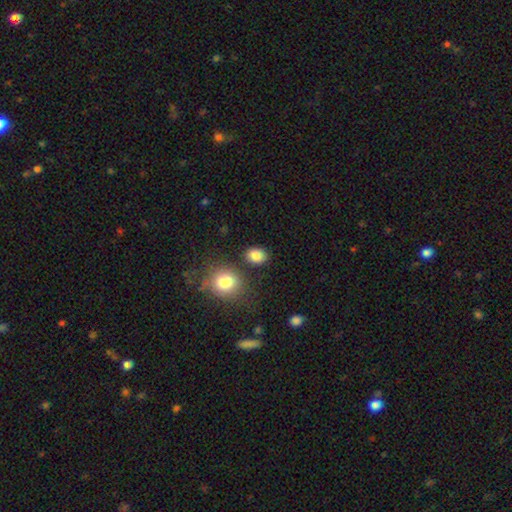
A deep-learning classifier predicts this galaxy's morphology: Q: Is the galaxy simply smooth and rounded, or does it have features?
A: smooth — 85%.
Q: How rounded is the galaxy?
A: in between — 56%.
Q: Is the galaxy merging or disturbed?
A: none — 80%.